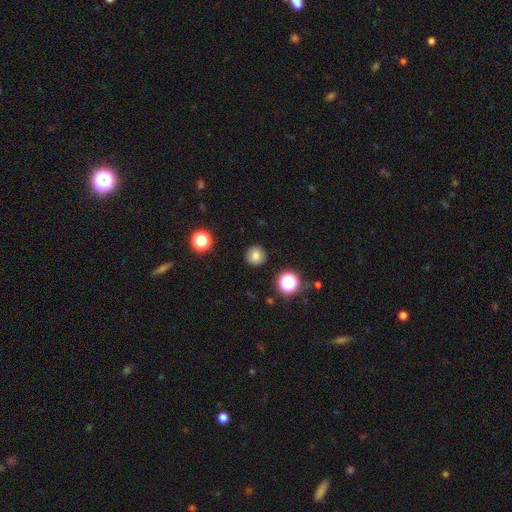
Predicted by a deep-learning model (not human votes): Smooth or featured?
  - smooth: 80% *
  - star or artifact: 13%
  - featured or disk: 7%
How rounded?
  - round: 94% *
  - in between: 5%
  - cigar-shaped: 1%
Merging?
  - none: 90% *
  - minor disturbance: 7%
  - major disturbance: 2%
  - merger: 1%